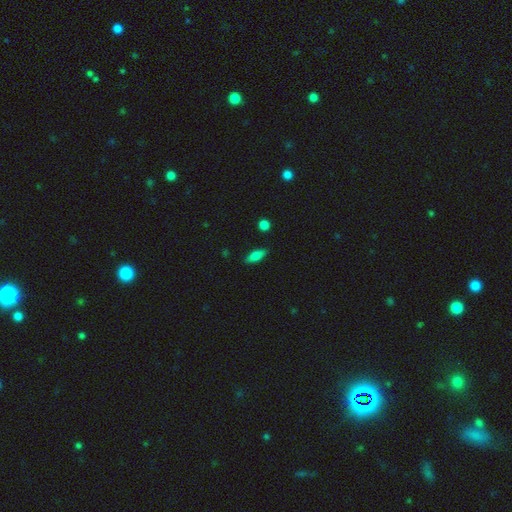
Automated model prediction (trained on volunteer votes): Smooth or featured?
  - smooth: 77% *
  - featured or disk: 14%
  - star or artifact: 8%
How rounded?
  - in between: 70% *
  - cigar-shaped: 26%
  - round: 3%
Merging?
  - none: 84% *
  - minor disturbance: 12%
  - major disturbance: 2%
  - merger: 2%